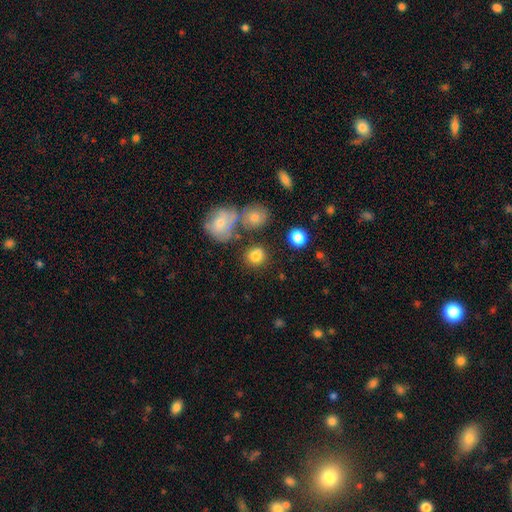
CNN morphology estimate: Smooth or featured? smooth (79%)
How rounded? round (83%)
Merging? none (70%)